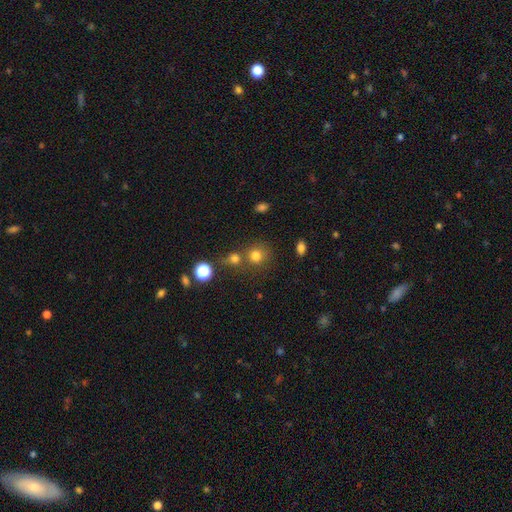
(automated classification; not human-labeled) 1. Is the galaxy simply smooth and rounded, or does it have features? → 75% smooth, 17% star or artifact, 8% featured or disk.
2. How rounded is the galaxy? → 87% round, 12% in between, 1% cigar-shaped.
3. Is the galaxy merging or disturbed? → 64% none, 23% merger, 9% minor disturbance, 4% major disturbance.